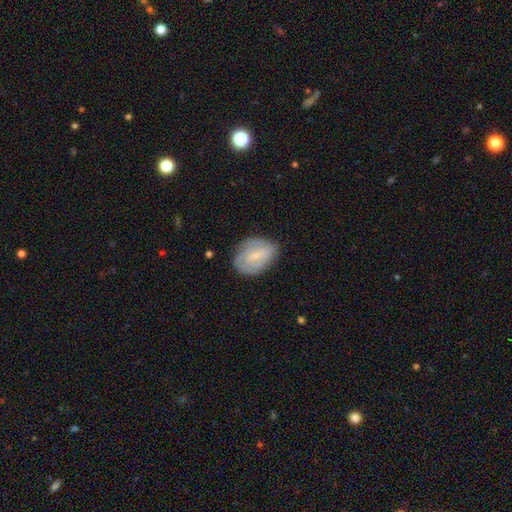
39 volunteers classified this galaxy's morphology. Smooth or featured: featured or disk — 74% (smooth — 18%)
Edge-on disk: no — 97% (yes — 3%)
Bar: weak — 61% (no — 25%)
Spiral arms: yes — 86% (no — 14%)
Spiral winding: tight — 71% (medium — 21%)
Spiral arm count: 2 — 42% (can't tell — 33%)
Bulge size: small — 64% (moderate — 29%)
Merging: none — 69% (minor disturbance — 28%)